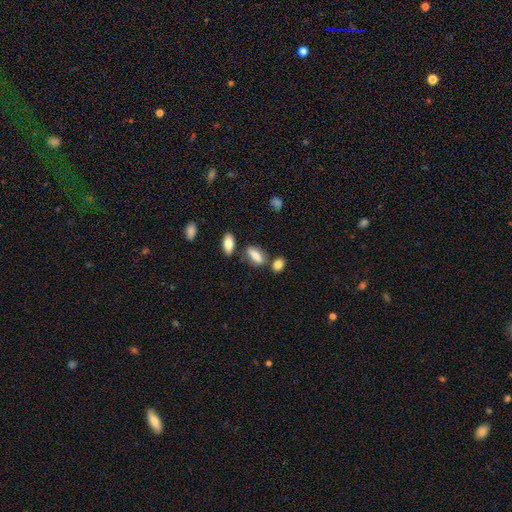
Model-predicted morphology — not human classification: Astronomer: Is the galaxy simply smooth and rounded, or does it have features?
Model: smooth — 82%.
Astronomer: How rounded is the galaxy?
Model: in between — 75%.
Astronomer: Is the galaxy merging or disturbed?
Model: none — 67%.